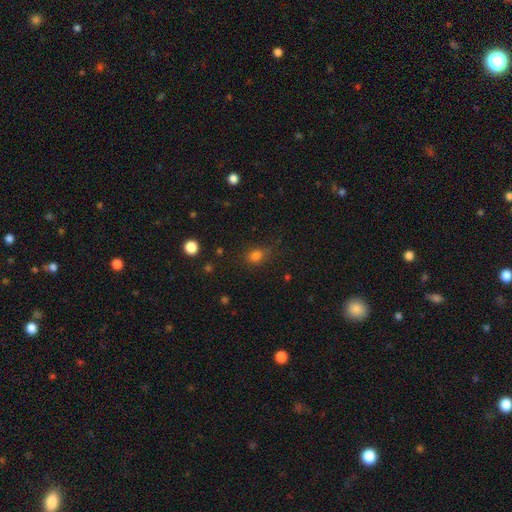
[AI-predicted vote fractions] smooth-or-featured: smooth: 80% | star or artifact: 15% | featured or disk: 6%
  how-rounded: in between: 53% | round: 45% | cigar-shaped: 2%
  merging: none: 69% | minor disturbance: 20% | major disturbance: 8% | merger: 3%